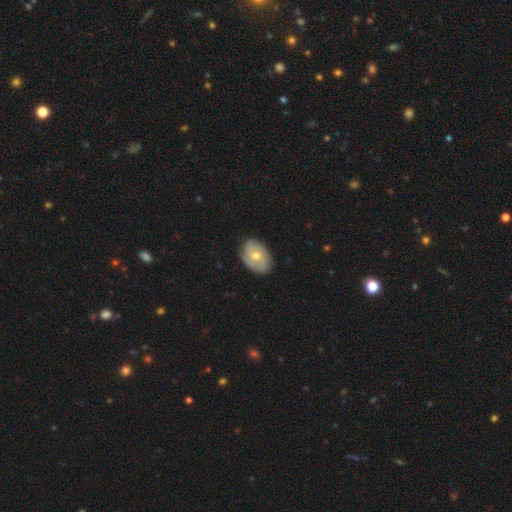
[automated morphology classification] Smooth or featured: featured or disk — 51% (smooth — 42%)
Edge-on disk: no — 94% (yes — 6%)
Merging: none — 79% (minor disturbance — 17%)